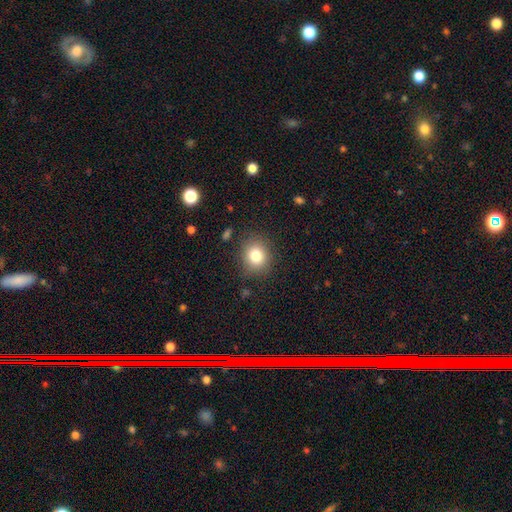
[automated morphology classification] smooth_or_featured: smooth (p=0.82) [alt: star or artifact p=0.11]
how_rounded: round (p=0.76) [alt: in between p=0.23]
merging: none (p=0.85) [alt: minor disturbance p=0.10]